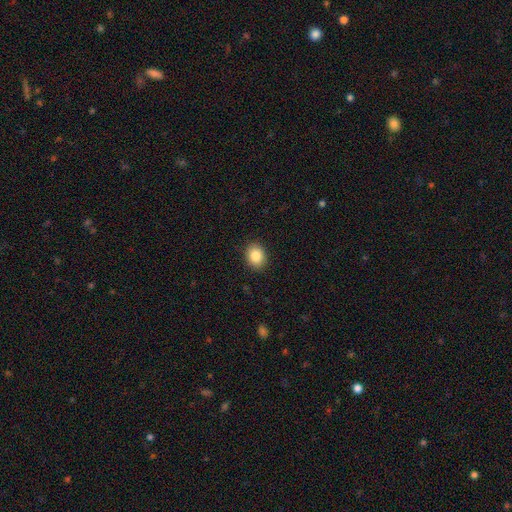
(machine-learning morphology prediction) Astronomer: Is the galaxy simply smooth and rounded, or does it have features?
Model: smooth — 85%.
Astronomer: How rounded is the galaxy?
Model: in between — 52% (runner-up: round, 47%).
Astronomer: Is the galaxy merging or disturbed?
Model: none — 90%.